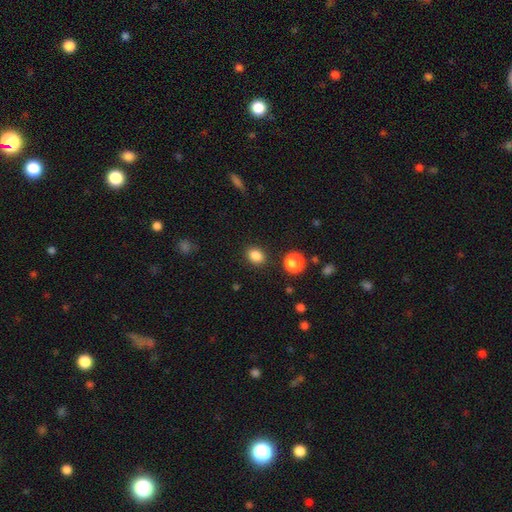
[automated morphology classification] smooth 85%, star or artifact 11%, featured or disk 4%. Down the decision tree: how rounded — in between (55%); merging — none (87%).